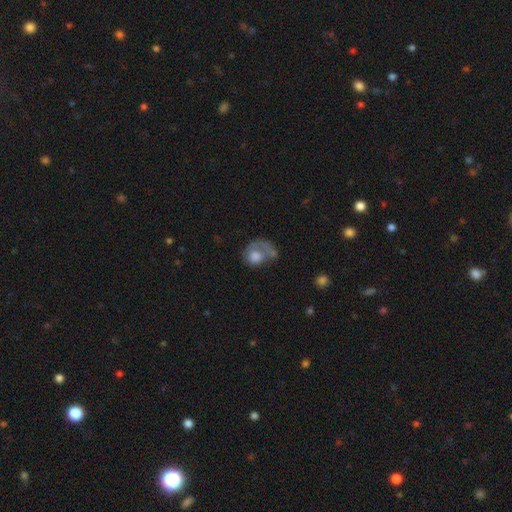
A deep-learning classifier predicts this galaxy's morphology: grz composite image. It shows a smooth galaxy with no disk features (55%) that is round (57%). Merging: major disturbance (39%).